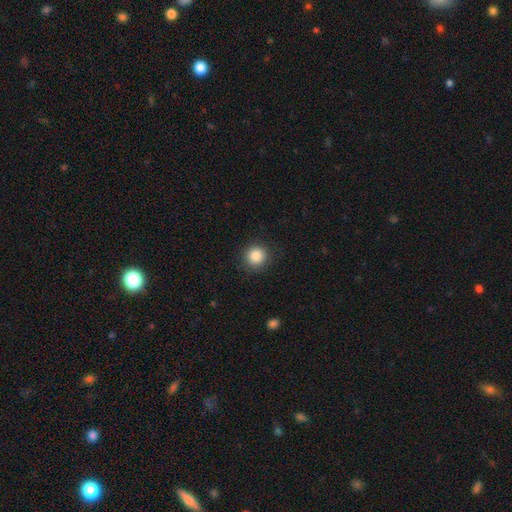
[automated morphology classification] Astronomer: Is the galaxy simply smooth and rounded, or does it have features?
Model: smooth — 87%.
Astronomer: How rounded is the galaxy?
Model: round — 93%.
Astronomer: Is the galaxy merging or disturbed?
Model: none — 89%.